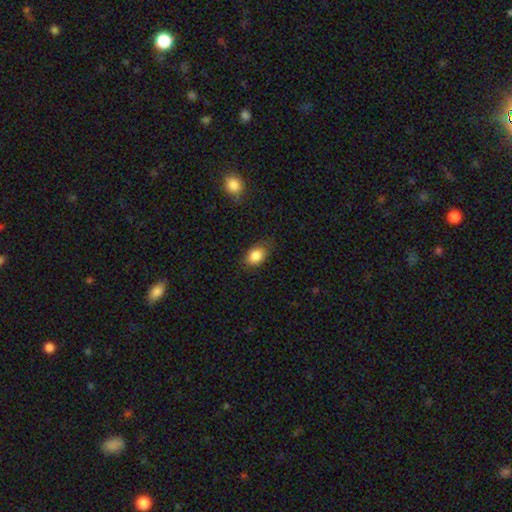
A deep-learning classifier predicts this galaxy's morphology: Q: Smooth or featured?
A: smooth (86%); runner-up: star or artifact (8%)
Q: How rounded?
A: in between (78%); runner-up: round (20%)
Q: Merging?
A: none (76%); runner-up: minor disturbance (18%)